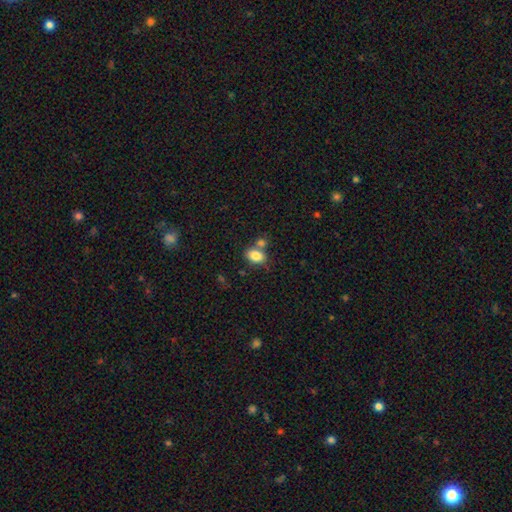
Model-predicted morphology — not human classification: Q: Smooth or featured?
A: smooth (83%); runner-up: star or artifact (9%)
Q: How rounded?
A: in between (77%); runner-up: round (21%)
Q: Merging?
A: none (56%); runner-up: merger (28%)